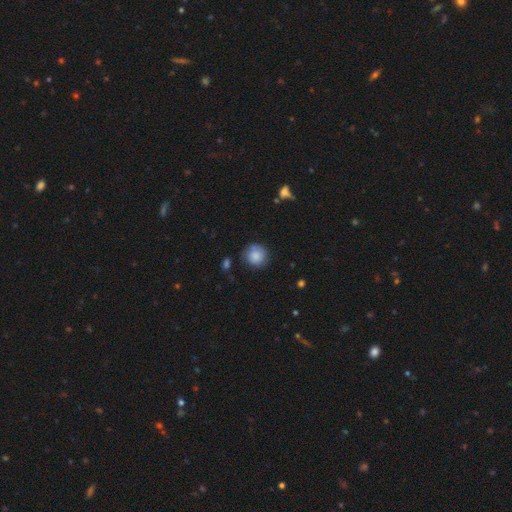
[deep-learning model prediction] smooth 83%, featured or disk 9%, star or artifact 8%. Down the decision tree: how rounded — round (91%); merging — none (72%).